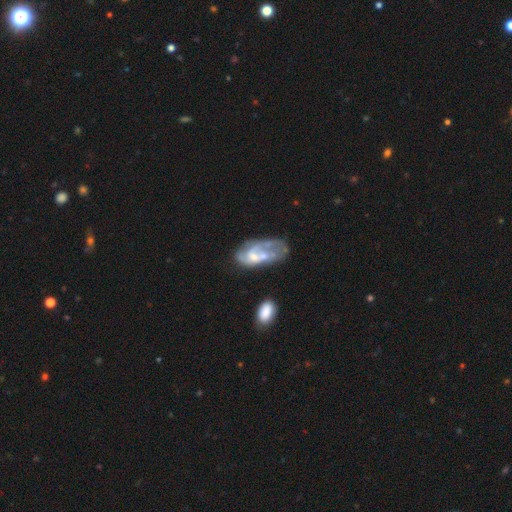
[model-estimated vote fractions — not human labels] Morphology: type=featured or disk (61%); edge-on=no (96%); bar=no (75%); spiral arms=no (61%); bulge=small (36%); merging=major disturbance (31%).